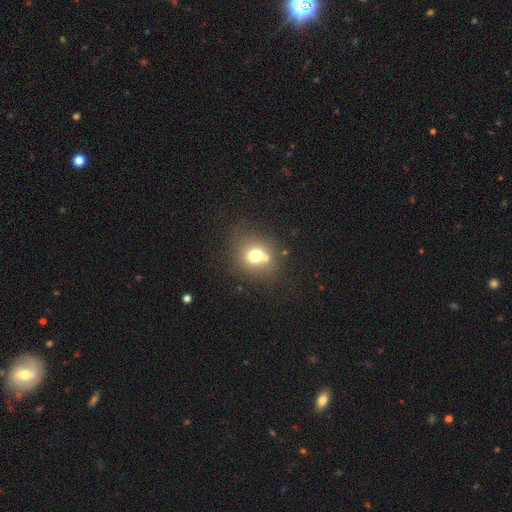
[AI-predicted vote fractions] Overall: smooth (68%). How rounded: round (74%). Merging: none (60%; merger 24%).